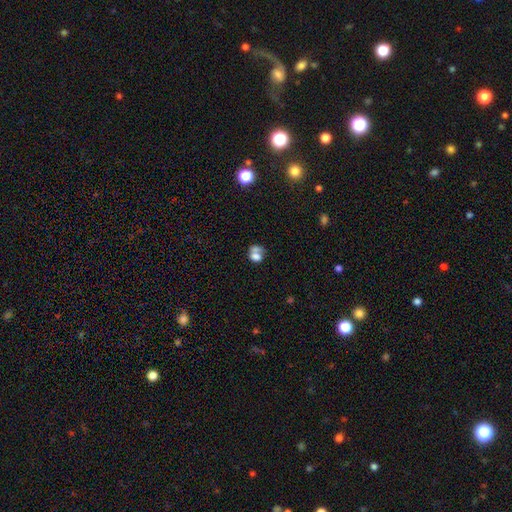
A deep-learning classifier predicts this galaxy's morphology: A smooth galaxy with no disk features (66%) that is in between round and cigar-shaped (51%).

Vote fractions:
- Smooth or featured? smooth: 66% / featured or disk: 21% / star or artifact: 13%
- How rounded? in between: 51% / round: 48% / cigar-shaped: 1%
- Merging? merger: 54% / none: 26% / minor disturbance: 10% / major disturbance: 10%